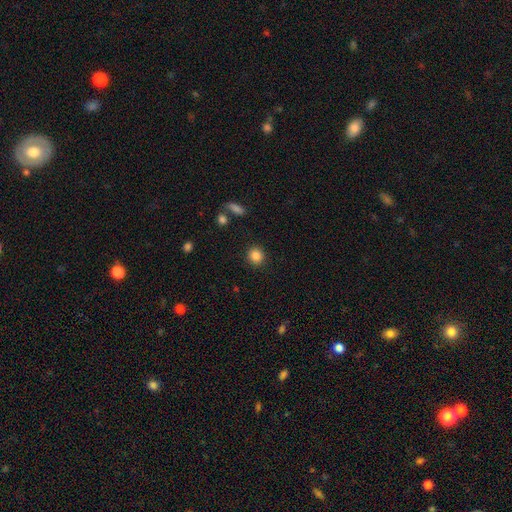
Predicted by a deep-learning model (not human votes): A smooth galaxy with no disk features (86%) that is round (89%).

Vote fractions:
- Smooth or featured? smooth: 86% / star or artifact: 10% / featured or disk: 4%
- How rounded? round: 89% / in between: 10% / cigar-shaped: 1%
- Merging? none: 90% / minor disturbance: 6% / major disturbance: 2% / merger: 2%